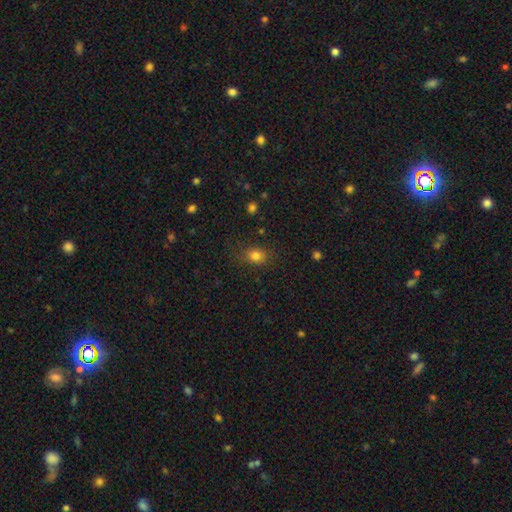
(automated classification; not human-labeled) smooth-or-featured: smooth: 81% | star or artifact: 12% | featured or disk: 6%
  how-rounded: round: 49% (tied) | in between: 49% (tied) | cigar-shaped: 1%
  merging: none: 79% | minor disturbance: 14% | major disturbance: 5% | merger: 2%